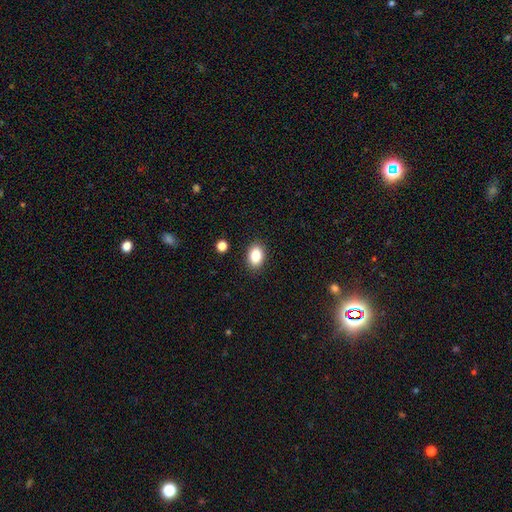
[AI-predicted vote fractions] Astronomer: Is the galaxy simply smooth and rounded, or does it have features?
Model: smooth — 86%.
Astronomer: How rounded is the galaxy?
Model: in between — 85%.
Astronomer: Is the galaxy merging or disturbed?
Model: none — 89%.